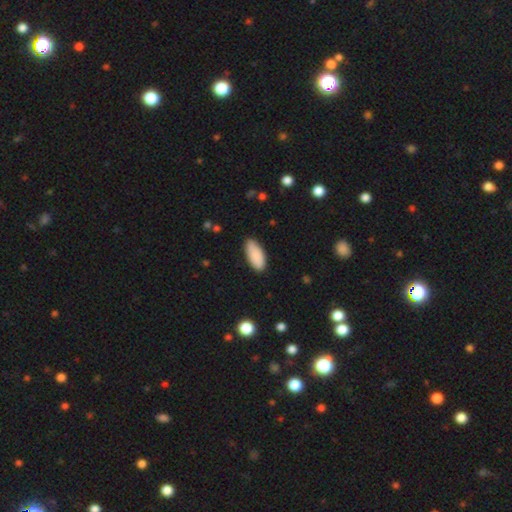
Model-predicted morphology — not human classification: smooth_or_featured: smooth (p=0.89) [alt: star or artifact p=0.06]
how_rounded: in between (p=0.87) [alt: cigar-shaped p=0.11]
merging: none (p=0.83) [alt: minor disturbance p=0.14]